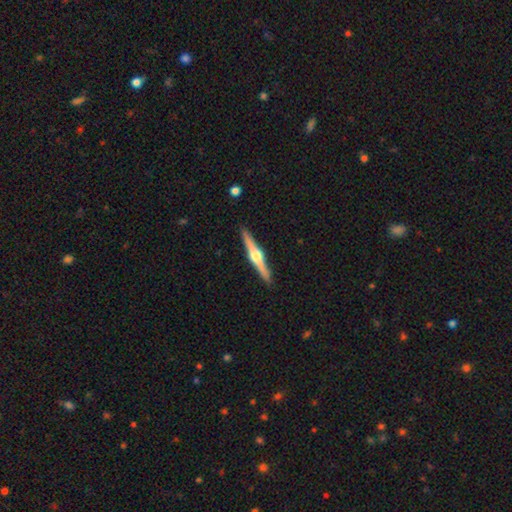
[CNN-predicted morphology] This appears to be a featured or disk galaxy (80%) viewed edge-on (98%) with a rounded central bulge (95%). Merging: none (91%).